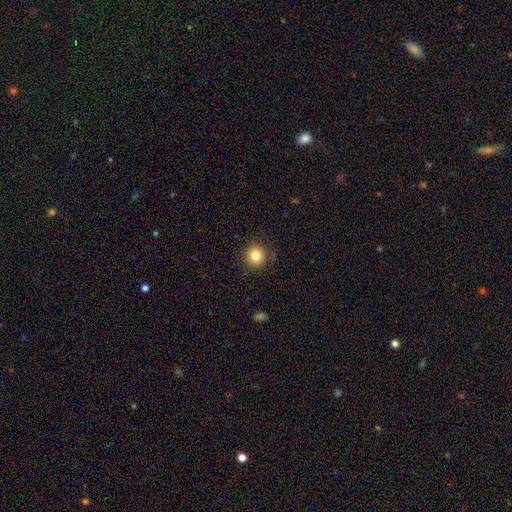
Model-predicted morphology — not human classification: Smooth or featured? smooth (83%)
How rounded? round (91%)
Merging? none (87%)